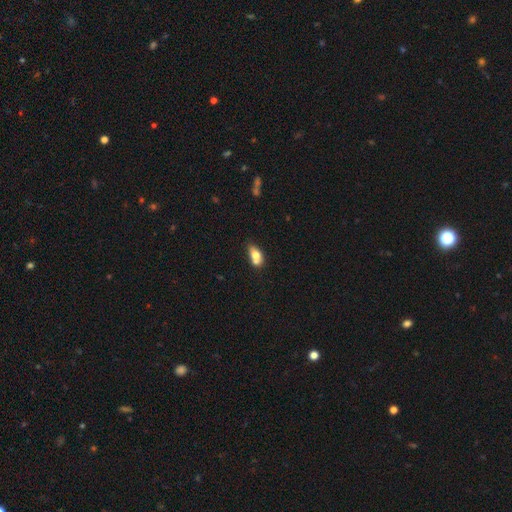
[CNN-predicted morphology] smooth 71%, featured or disk 21%, star or artifact 8%. Down the decision tree: how rounded — in between (81%); merging — merger (40%).